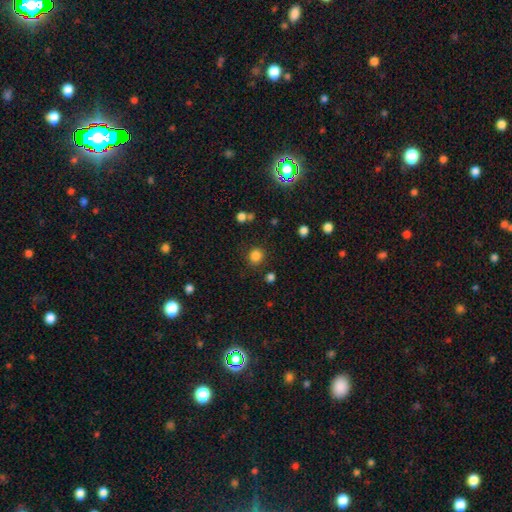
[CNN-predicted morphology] A smooth galaxy with no disk features (83%) that is round (90%). Merging: none (83%).